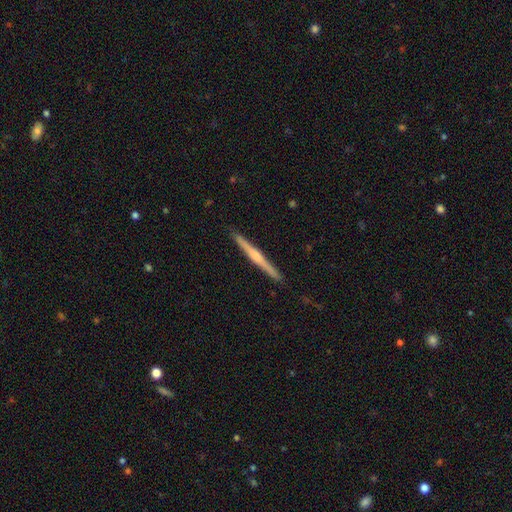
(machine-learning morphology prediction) featured or disk 66%, smooth 29%, star or artifact 5%. Down the decision tree: edge-on disk — yes (98%); edge-on bulge — rounded (57%); merging — none (92%).